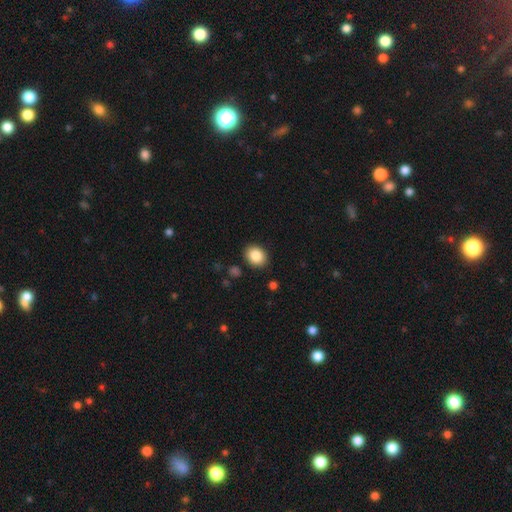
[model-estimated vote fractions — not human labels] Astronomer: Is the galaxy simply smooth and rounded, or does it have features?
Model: smooth — 86%.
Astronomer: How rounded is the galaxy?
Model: in between — 50% (runner-up: round, 49%).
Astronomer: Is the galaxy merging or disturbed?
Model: none — 88%.